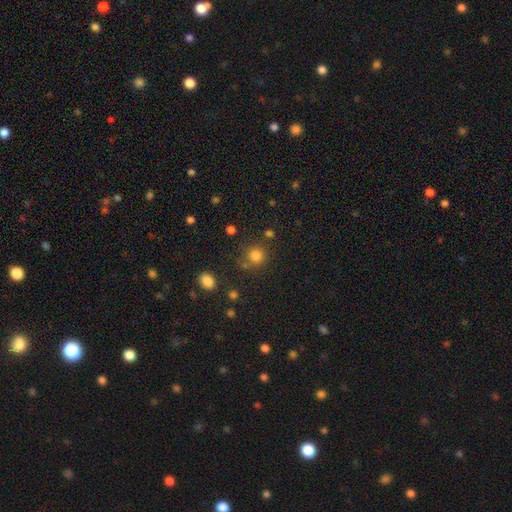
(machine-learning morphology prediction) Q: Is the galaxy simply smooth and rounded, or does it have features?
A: smooth — 80%.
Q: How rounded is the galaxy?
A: round — 90%.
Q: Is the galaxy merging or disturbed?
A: none — 75%.